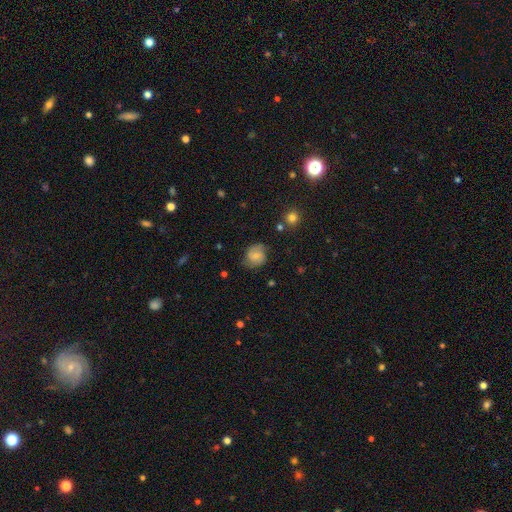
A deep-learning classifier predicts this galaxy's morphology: A featured or disk galaxy (48%).

Vote fractions:
- Smooth or featured? featured or disk: 48% / smooth: 43% / star or artifact: 9%
- Merging? none: 74% / minor disturbance: 19% / major disturbance: 6% / merger: 2%